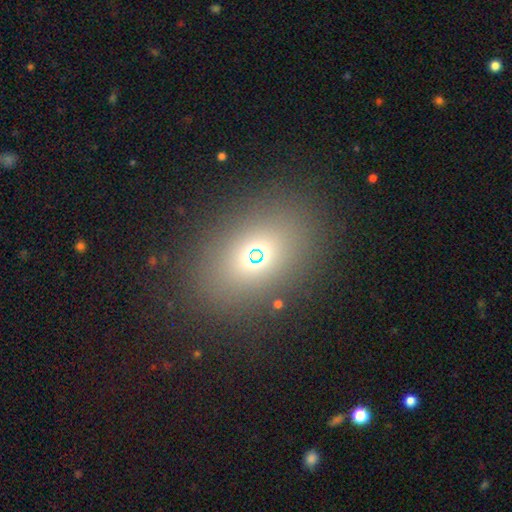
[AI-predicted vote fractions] Q: Smooth or featured?
A: smooth (57%); runner-up: star or artifact (23%)
Q: How rounded?
A: in between (71%); runner-up: round (27%)
Q: Merging?
A: none (81%); runner-up: minor disturbance (10%)